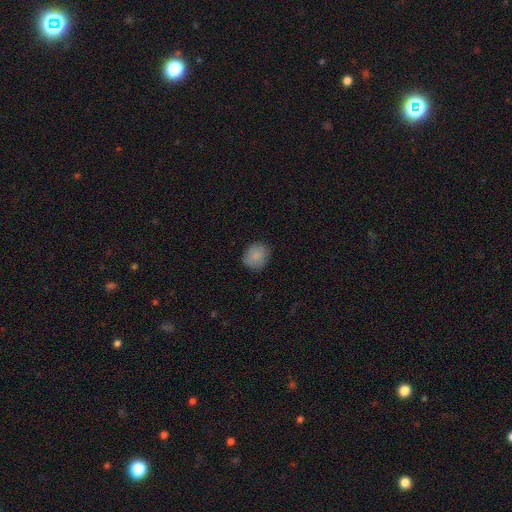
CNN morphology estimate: smooth_or_featured: smooth (p=0.85) [alt: star or artifact p=0.08]
how_rounded: round (p=0.73) [alt: in between p=0.26]
merging: none (p=0.81) [alt: minor disturbance p=0.15]